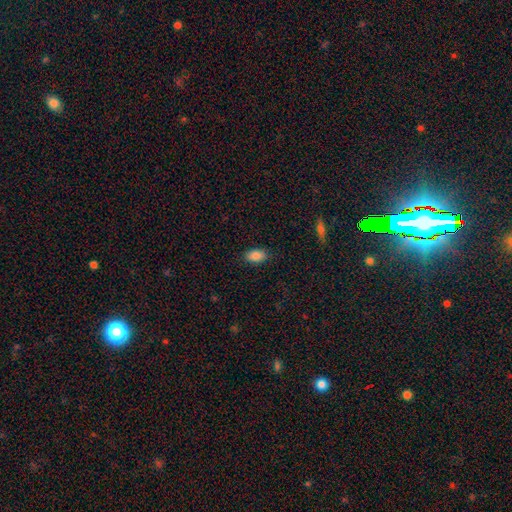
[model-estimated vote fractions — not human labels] A smooth galaxy with no disk features (86%) that is in between round and cigar-shaped (91%).

Vote fractions:
- Smooth or featured? smooth: 86% / star or artifact: 8% / featured or disk: 6%
- How rounded? in between: 91% / round: 7% / cigar-shaped: 2%
- Merging? none: 87% / minor disturbance: 10% / major disturbance: 2% / merger: 1%